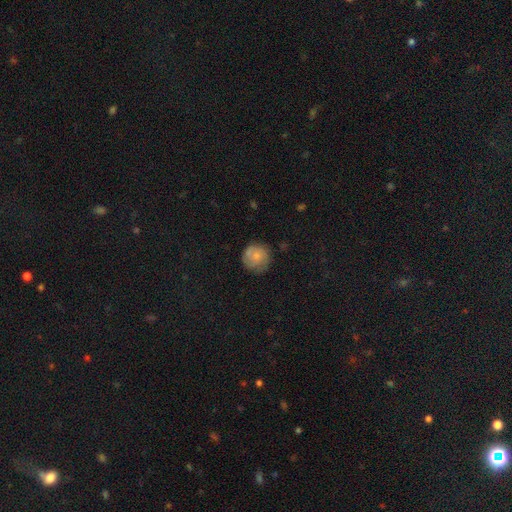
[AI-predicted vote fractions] A smooth galaxy with no disk features (61%) that is round (91%). Merging: none (71%).